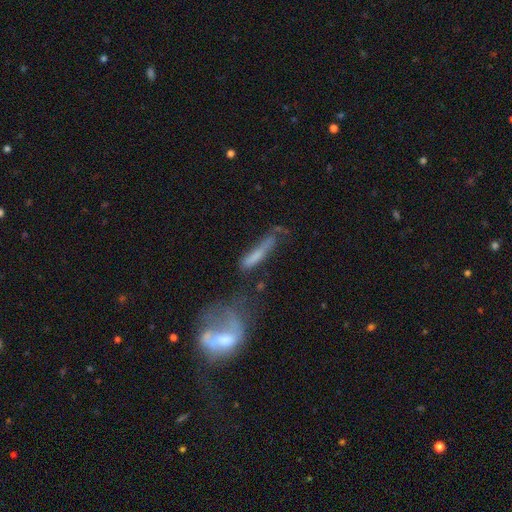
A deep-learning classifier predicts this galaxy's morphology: smooth_or_featured: smooth (p=0.59) [alt: featured or disk p=0.32]
how_rounded: cigar-shaped (p=0.86) [alt: in between p=0.11]
merging: none (p=0.38) [alt: minor disturbance p=0.23]